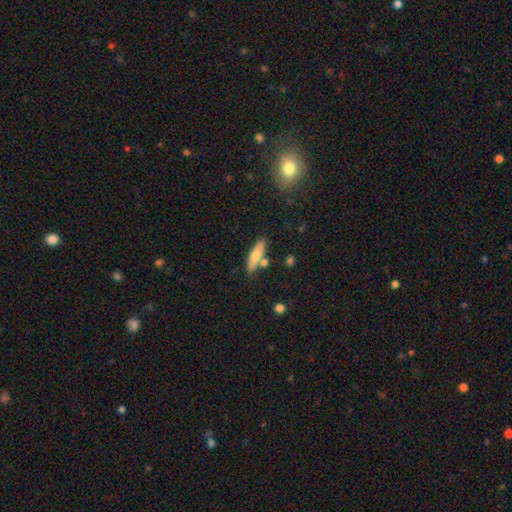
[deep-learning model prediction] Smooth or featured? Predicted: smooth (p=0.65). How rounded? Predicted: cigar-shaped (p=0.62). Merging? Predicted: none (p=0.70).